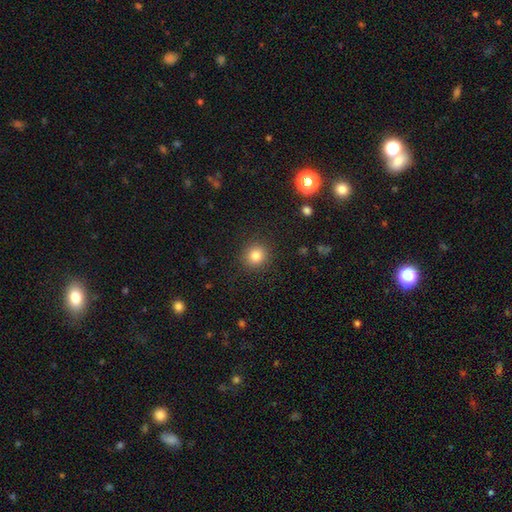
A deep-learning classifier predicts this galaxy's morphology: Smooth or featured: smooth — 83% (star or artifact — 12%)
How rounded: round — 89% (in between — 10%)
Merging: none — 90% (minor disturbance — 7%)